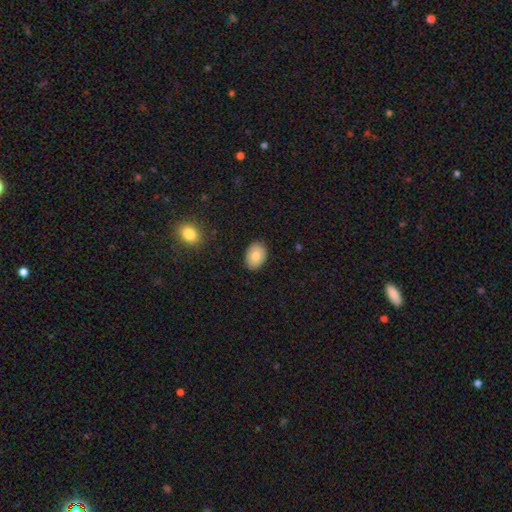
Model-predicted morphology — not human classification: Smooth or featured? Predicted: smooth (p=0.79). How rounded? Predicted: in between (p=0.73). Merging? Predicted: none (p=0.87).